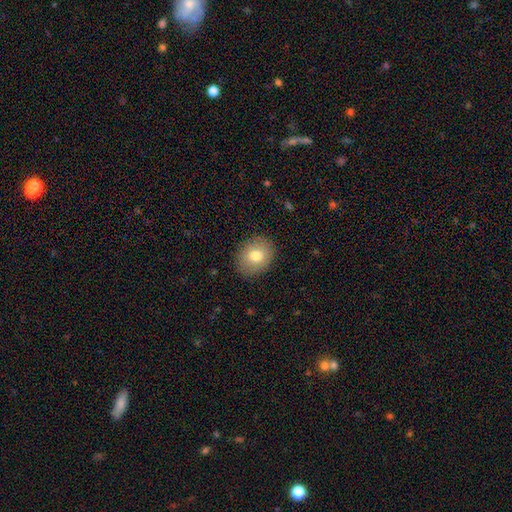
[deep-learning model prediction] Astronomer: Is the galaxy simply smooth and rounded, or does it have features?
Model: smooth — 77%.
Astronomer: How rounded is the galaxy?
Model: round — 55% (runner-up: in between, 44%).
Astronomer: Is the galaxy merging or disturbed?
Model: none — 88%.